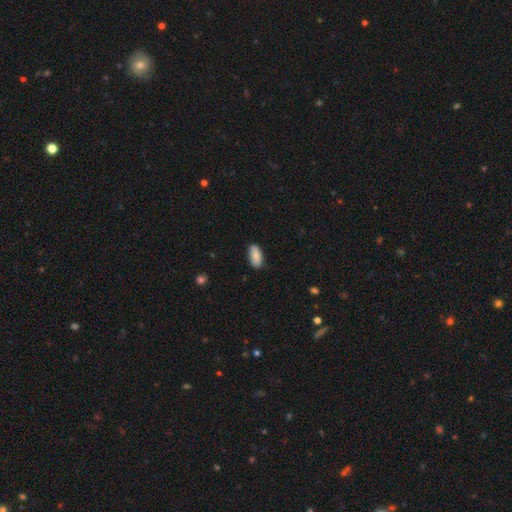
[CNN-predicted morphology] Q: Smooth or featured?
A: smooth (86%); runner-up: featured or disk (7%)
Q: How rounded?
A: in between (91%); runner-up: cigar-shaped (7%)
Q: Merging?
A: none (86%); runner-up: minor disturbance (11%)